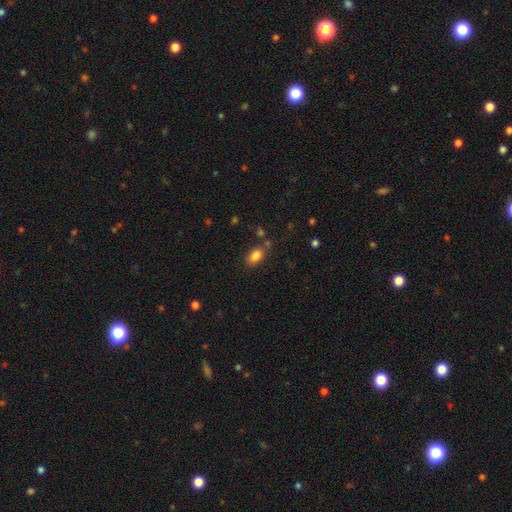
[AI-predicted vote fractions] A smooth galaxy with no disk features (85%) that is in between round and cigar-shaped (90%).

Vote fractions:
- Smooth or featured? smooth: 85% / star or artifact: 9% / featured or disk: 6%
- How rounded? in between: 90% / round: 8% / cigar-shaped: 3%
- Merging? none: 75% / minor disturbance: 13% / merger: 7% / major disturbance: 4%